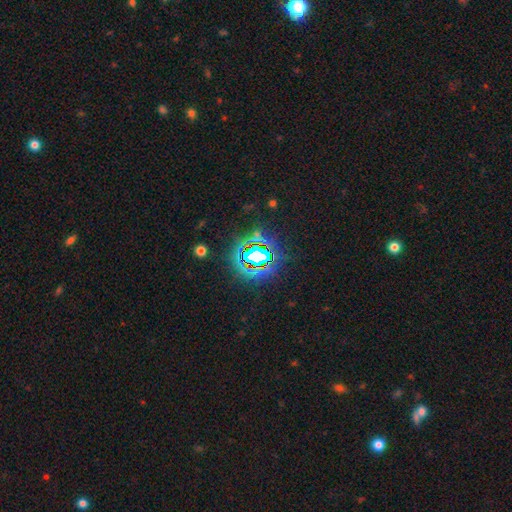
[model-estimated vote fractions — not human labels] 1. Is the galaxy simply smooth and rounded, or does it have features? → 74% star or artifact, 15% smooth, 12% featured or disk.